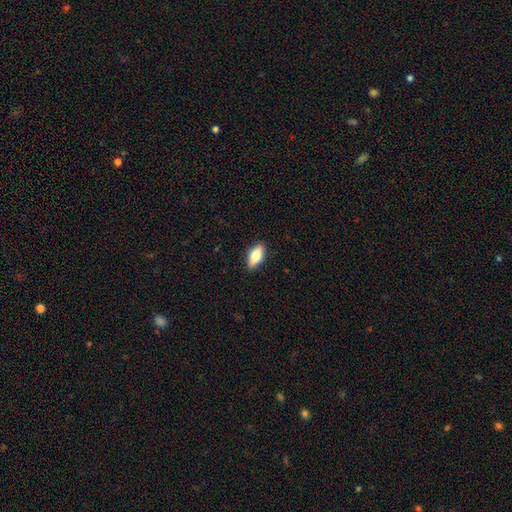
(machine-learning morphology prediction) smooth_or_featured: smooth (p=0.73) [alt: featured or disk p=0.20]
how_rounded: in between (p=0.84) [alt: cigar-shaped p=0.13]
merging: none (p=0.89) [alt: minor disturbance p=0.08]